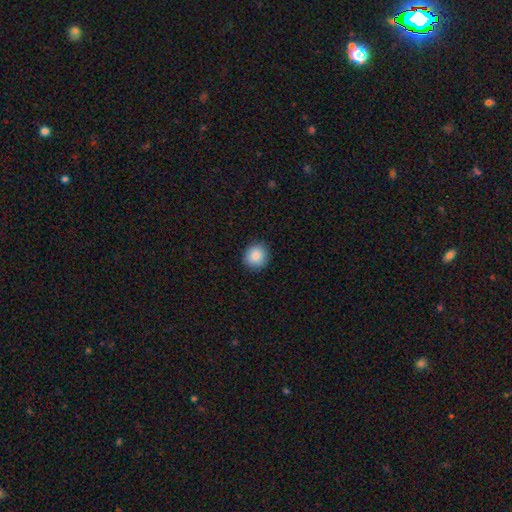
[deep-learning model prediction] This appears to be a smooth galaxy with no disk features (88%) that is round (89%). Merging: none (90%).